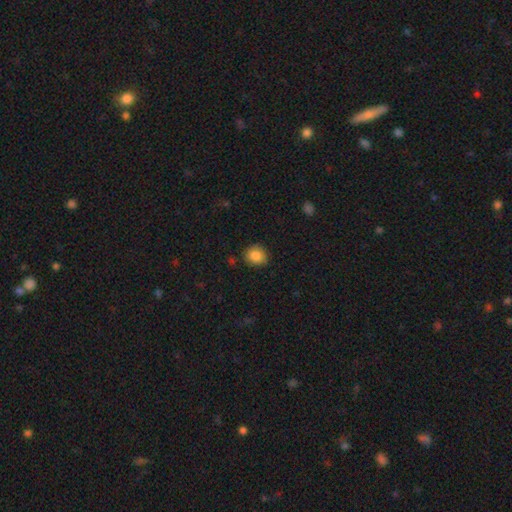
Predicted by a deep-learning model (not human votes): A smooth galaxy with no disk features (86%) that is round (81%).

Vote fractions:
- Smooth or featured? smooth: 86% / star or artifact: 9% / featured or disk: 5%
- How rounded? round: 81% / in between: 18% / cigar-shaped: 1%
- Merging? none: 85% / minor disturbance: 11% / major disturbance: 2% / merger: 1%